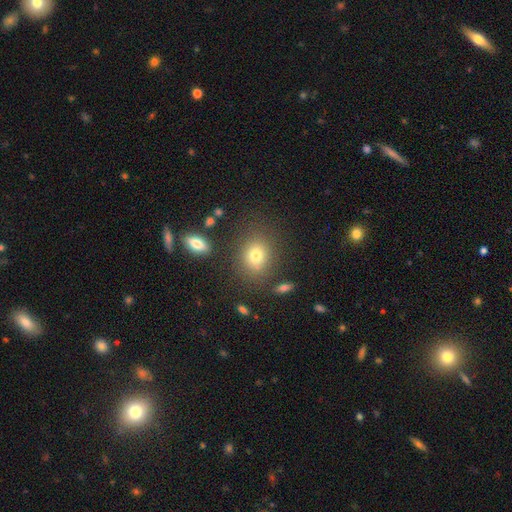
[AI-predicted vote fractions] smooth 77%, star or artifact 12%, featured or disk 11%. Down the decision tree: how rounded — round (59%); merging — none (78%).